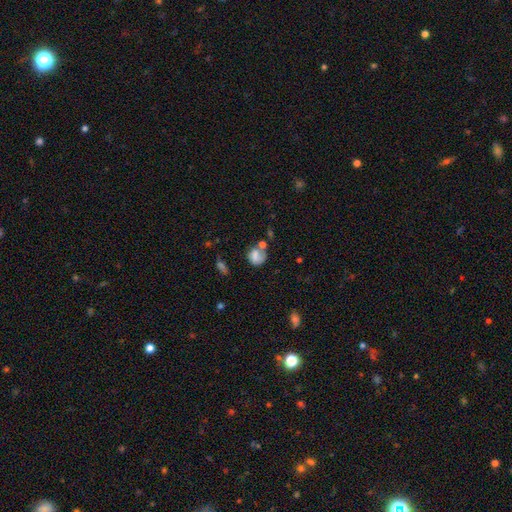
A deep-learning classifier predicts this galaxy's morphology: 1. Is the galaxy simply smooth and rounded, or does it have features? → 65% smooth, 24% featured or disk, 10% star or artifact.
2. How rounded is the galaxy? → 62% round, 37% in between, 1% cigar-shaped.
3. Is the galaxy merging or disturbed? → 36% none, 24% merger, 21% minor disturbance, 19% major disturbance.